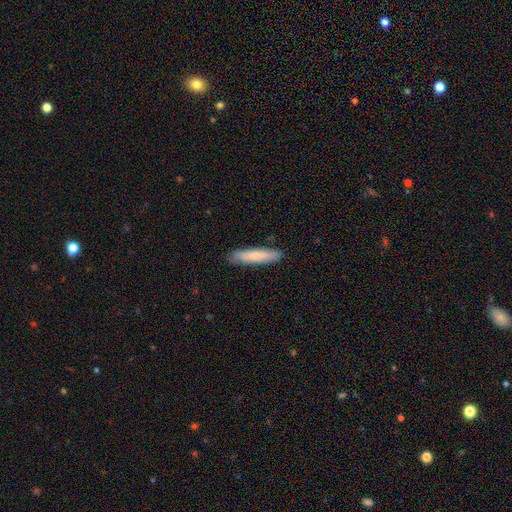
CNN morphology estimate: This appears to be a smooth galaxy with no disk features (77%) that is cigar-shaped (87%). Merging: none (86%).